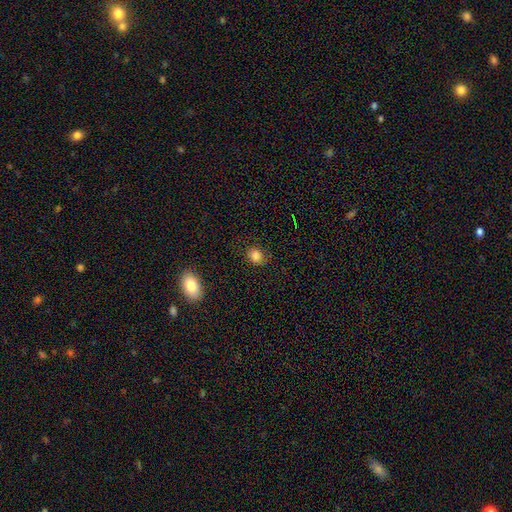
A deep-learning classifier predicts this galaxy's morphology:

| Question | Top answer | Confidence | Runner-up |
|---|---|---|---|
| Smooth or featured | smooth | 83% | star or artifact (12%) |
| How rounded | round | 60% | in between (39%) |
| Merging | none | 84% | minor disturbance (11%) |